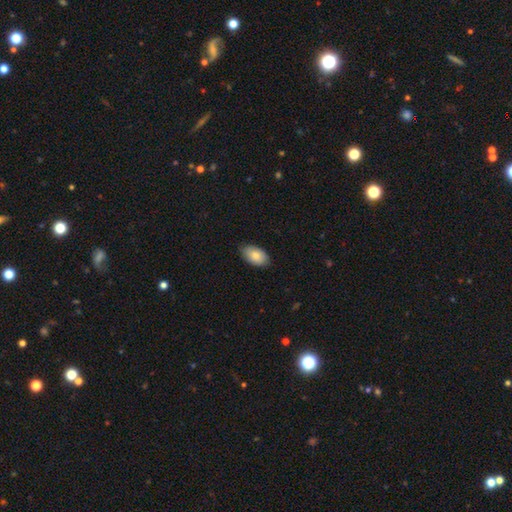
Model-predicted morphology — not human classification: type=smooth (83%); roundness=in between (93%); merging=none (81%).